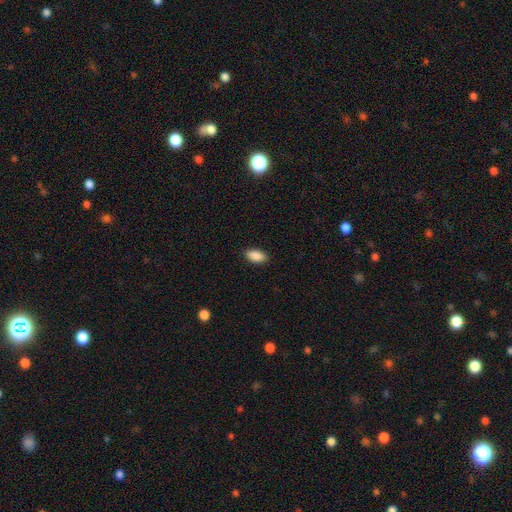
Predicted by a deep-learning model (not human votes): Smooth or featured?
  - smooth: 90% *
  - star or artifact: 7%
  - featured or disk: 3%
How rounded?
  - in between: 92% *
  - cigar-shaped: 5%
  - round: 3%
Merging?
  - none: 89% *
  - minor disturbance: 8%
  - major disturbance: 2%
  - merger: 1%